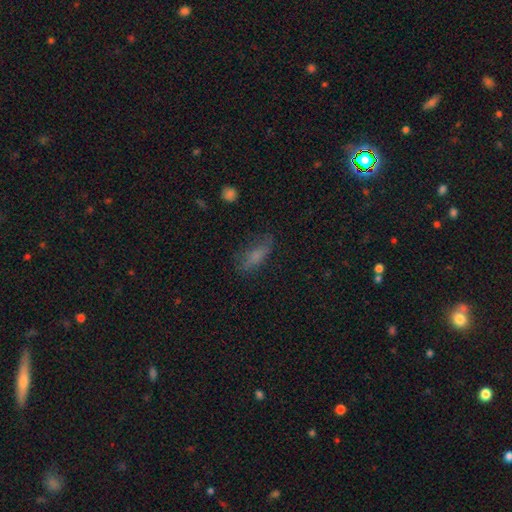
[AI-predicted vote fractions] The model was most divided on "how rounded": in between: 56%, cigar-shaped: 40%, round: 4%. More confident: merging — none (66%); smooth or featured — smooth (65%).